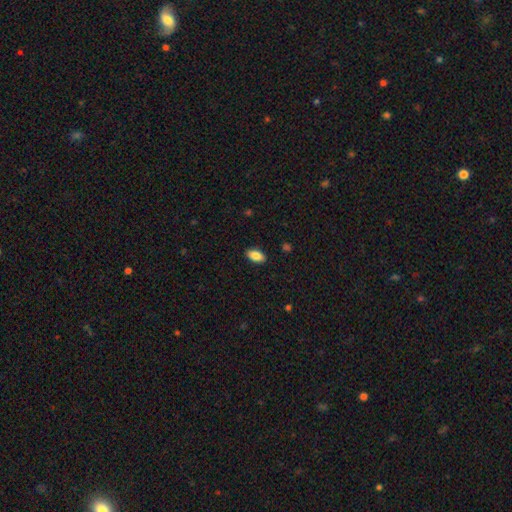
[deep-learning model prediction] Smooth or featured? Predicted: smooth (p=0.86). How rounded? Predicted: in between (p=0.92). Merging? Predicted: none (p=0.89).